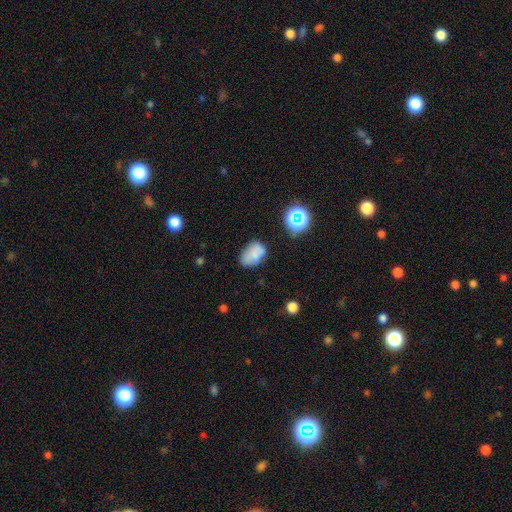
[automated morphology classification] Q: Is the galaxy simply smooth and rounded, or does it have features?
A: smooth — 73%.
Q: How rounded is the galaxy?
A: in between — 83%.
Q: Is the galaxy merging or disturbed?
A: none — 60%.